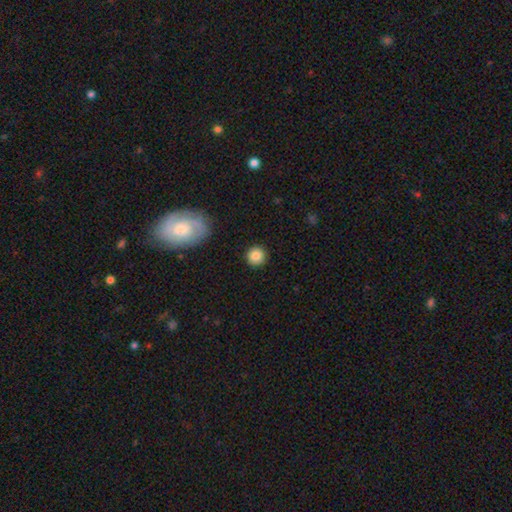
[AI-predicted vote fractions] Q: Smooth or featured?
A: smooth (85%); runner-up: star or artifact (9%)
Q: How rounded?
A: round (94%); runner-up: in between (5%)
Q: Merging?
A: none (91%); runner-up: minor disturbance (6%)